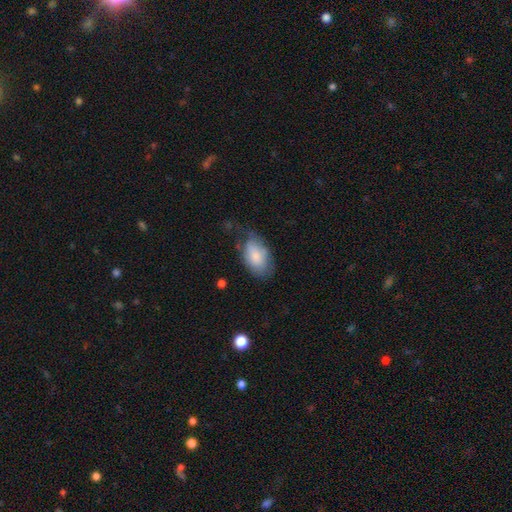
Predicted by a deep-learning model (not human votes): Smooth or featured?
  - smooth: 77% *
  - featured or disk: 17%
  - star or artifact: 6%
How rounded?
  - in between: 93% *
  - round: 6%
  - cigar-shaped: 2%
Merging?
  - none: 43% *
  - minor disturbance: 35%
  - major disturbance: 19%
  - merger: 3%